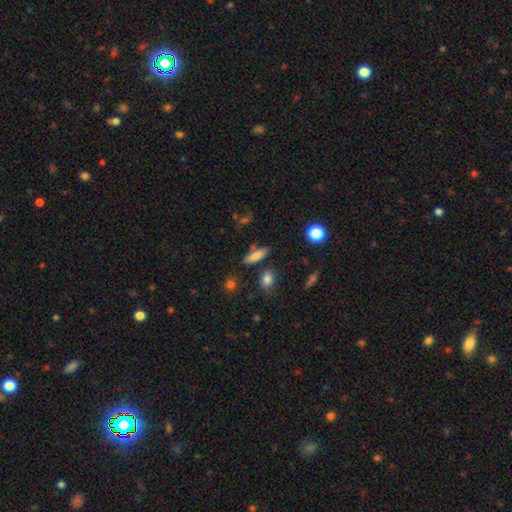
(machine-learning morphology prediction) Overall: smooth (77%). How rounded: cigar-shaped (49%; in between 46%). Merging: none (76%).